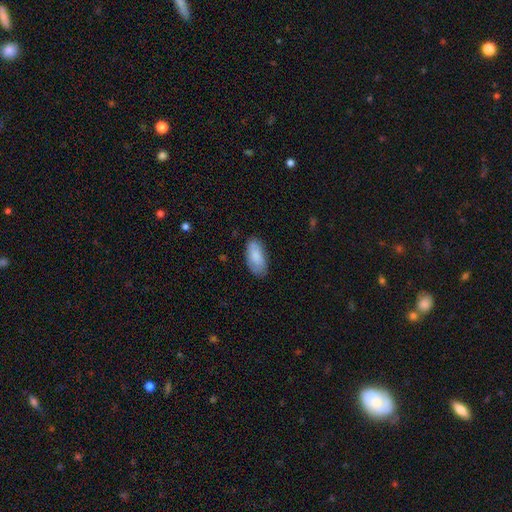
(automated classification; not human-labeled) This appears to be a smooth galaxy with no disk features (84%) that is in between round and cigar-shaped (91%). Merging: none (80%).